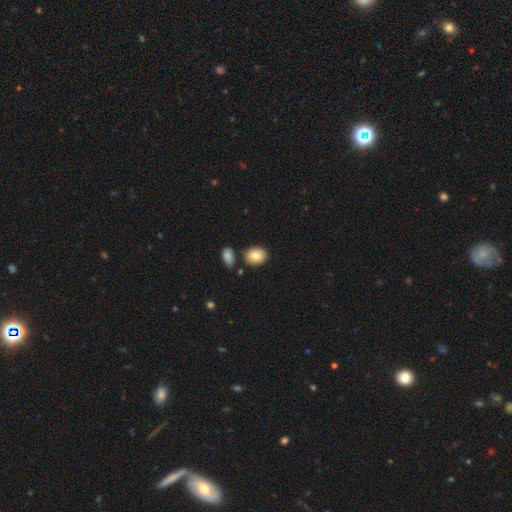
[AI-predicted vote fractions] Q: Smooth or featured?
A: smooth (83%); runner-up: featured or disk (9%)
Q: How rounded?
A: in between (61%); runner-up: round (38%)
Q: Merging?
A: none (79%); runner-up: minor disturbance (11%)